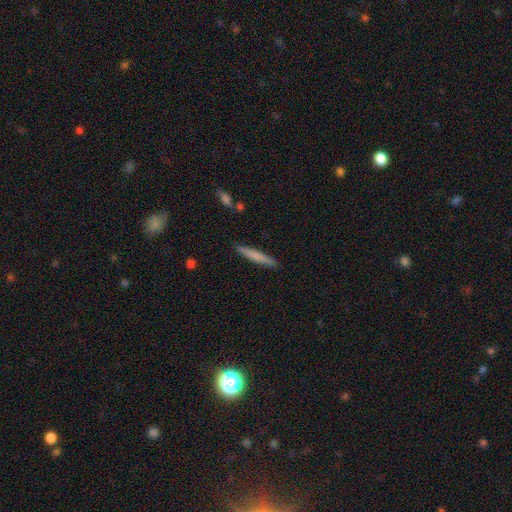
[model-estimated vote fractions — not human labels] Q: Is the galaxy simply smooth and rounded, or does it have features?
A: smooth — 71%.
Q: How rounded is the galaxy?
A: cigar-shaped — 95%.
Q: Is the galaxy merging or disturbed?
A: none — 88%.